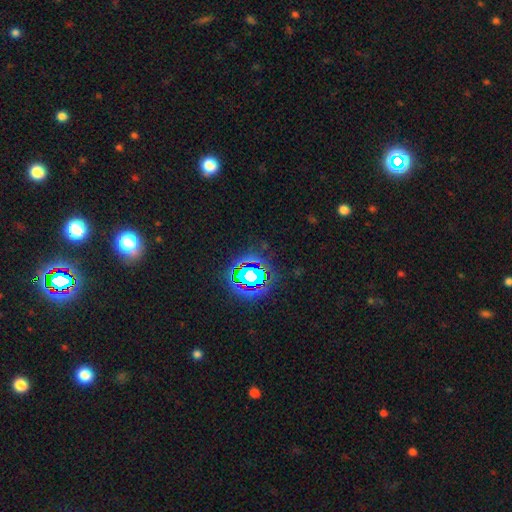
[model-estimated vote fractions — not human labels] The model was most divided on "smooth or featured": star or artifact: 80%, smooth: 13%, featured or disk: 8%.